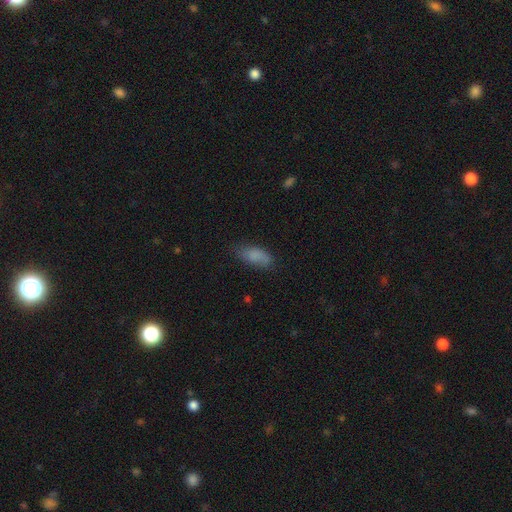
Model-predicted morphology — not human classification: This appears to be a smooth galaxy with no disk features (83%) that is in between round and cigar-shaped (84%). Merging: none (70%).